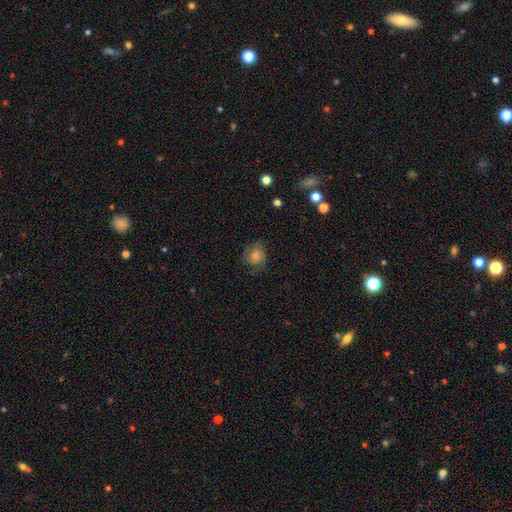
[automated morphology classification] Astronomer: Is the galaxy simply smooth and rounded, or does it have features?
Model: smooth — 53% (runner-up: featured or disk, 31%).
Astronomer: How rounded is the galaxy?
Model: round — 77%.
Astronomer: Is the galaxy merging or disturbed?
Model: none — 71%.